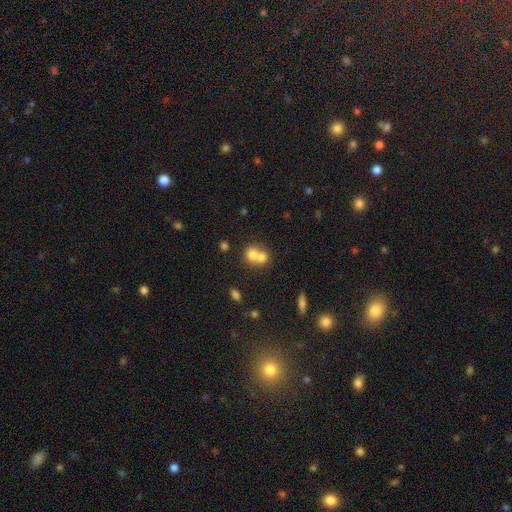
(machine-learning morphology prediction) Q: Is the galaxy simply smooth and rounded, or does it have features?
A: smooth — 71%.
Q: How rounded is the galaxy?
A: round — 72%.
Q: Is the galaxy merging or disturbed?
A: merger — 66%.